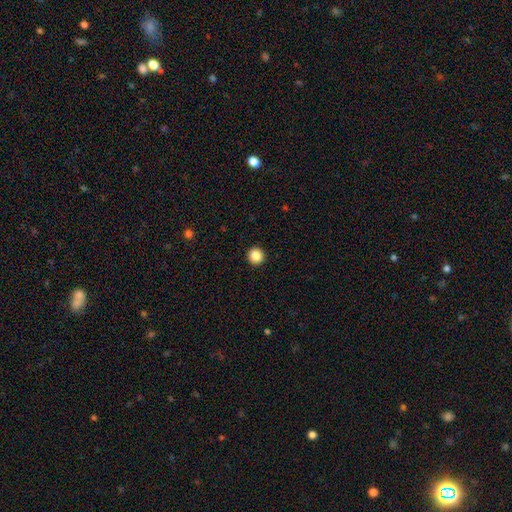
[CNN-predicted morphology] This is clearly a smooth galaxy (87%). How rounded: clearly round (95%). Merging: clearly none (94%).